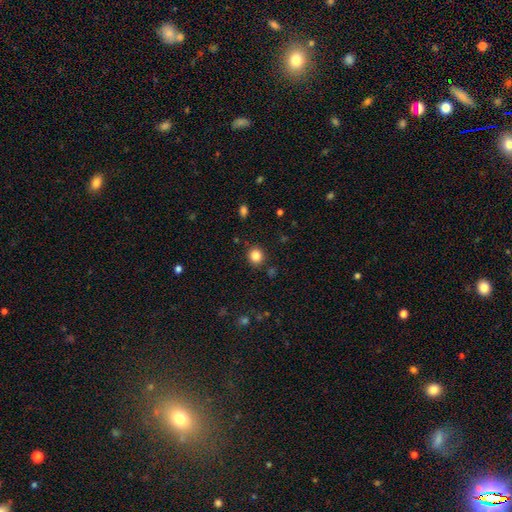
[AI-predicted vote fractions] smooth 84%, star or artifact 11%, featured or disk 4%. Down the decision tree: how rounded — round (87%); merging — none (88%).